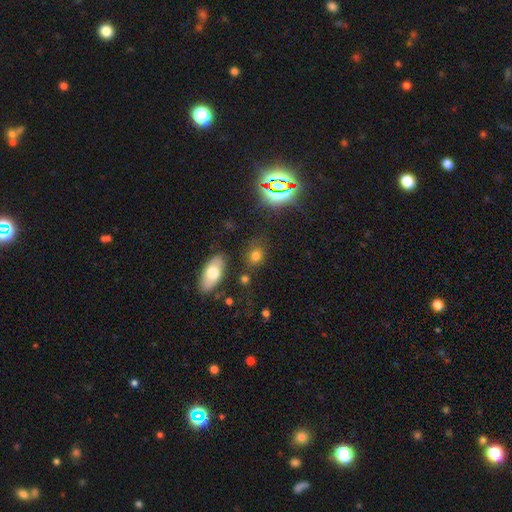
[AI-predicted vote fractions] This is likely a smooth galaxy (72%). How rounded: possibly in between (49%). Merging: likely none (77%).